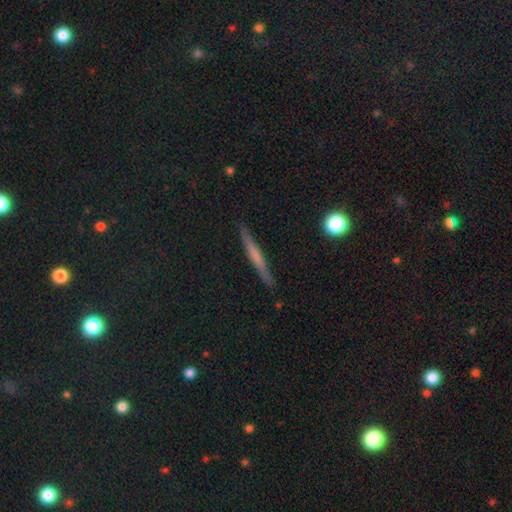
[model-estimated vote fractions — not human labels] Smooth or featured? Predicted: smooth (p=0.47). Merging? Predicted: none (p=0.89).